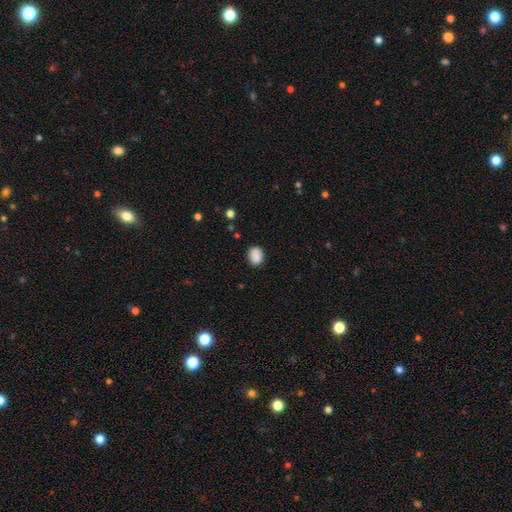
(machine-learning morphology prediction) Smooth or featured?
  - smooth: 88% *
  - star or artifact: 8%
  - featured or disk: 4%
How rounded?
  - in between: 57% *
  - round: 42%
  - cigar-shaped: 1%
Merging?
  - none: 83% *
  - minor disturbance: 13%
  - major disturbance: 3%
  - merger: 1%